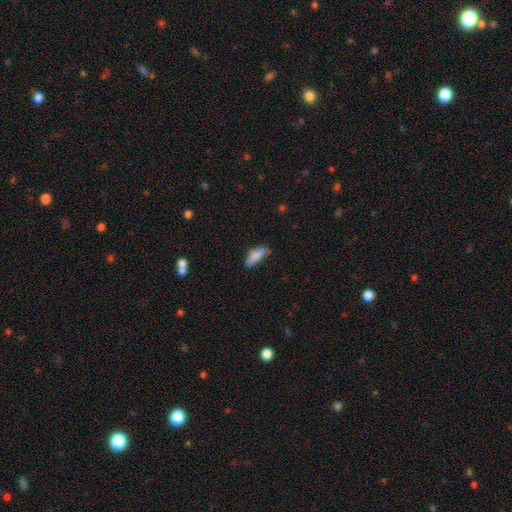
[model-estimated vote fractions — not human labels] Overall: smooth (80%). How rounded: in between (57%; cigar-shaped 41%). Merging: none (59%; minor disturbance 30%).